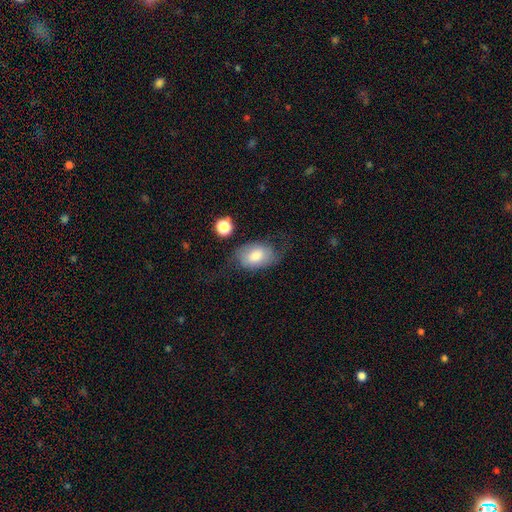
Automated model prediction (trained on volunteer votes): This is likely a smooth galaxy (63%). How rounded: clearly in between (83%). Merging: possibly none (51%).